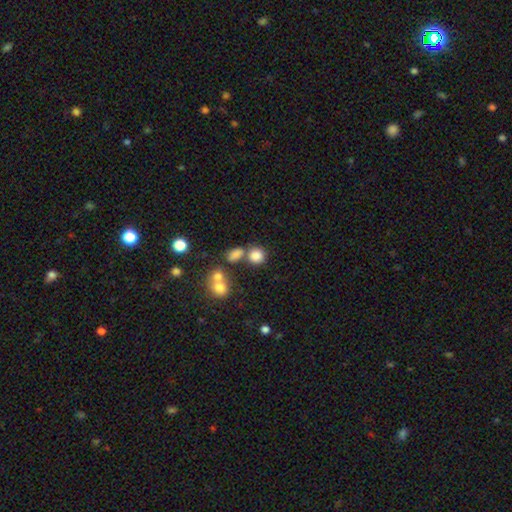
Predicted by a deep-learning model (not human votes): Smooth or featured?
  - smooth: 81% *
  - star or artifact: 12%
  - featured or disk: 7%
How rounded?
  - round: 82% *
  - in between: 17%
  - cigar-shaped: 1%
Merging?
  - none: 57% *
  - merger: 28%
  - minor disturbance: 10%
  - major disturbance: 5%